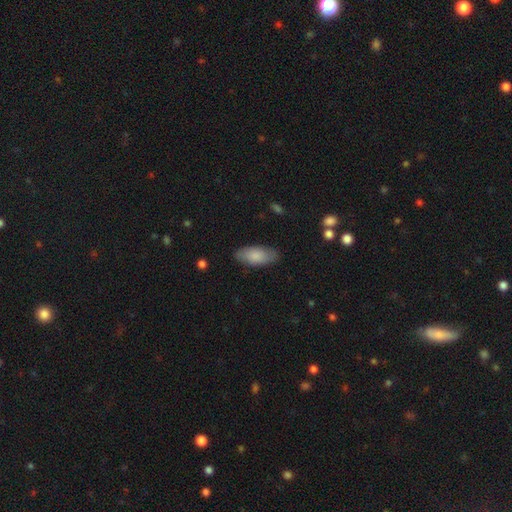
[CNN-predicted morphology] smooth-or-featured: smooth: 81% | featured or disk: 13% | star or artifact: 6%
  how-rounded: in between: 89% | cigar-shaped: 9% | round: 2%
  merging: none: 82% | minor disturbance: 14% | major disturbance: 3% | merger: 1%